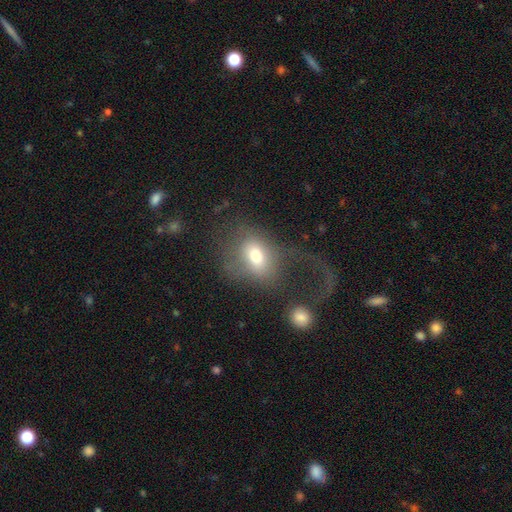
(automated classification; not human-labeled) A smooth galaxy with no disk features (67%) that is in between round and cigar-shaped (63%).

Vote fractions:
- Smooth or featured? smooth: 67% / featured or disk: 21% / star or artifact: 12%
- How rounded? in between: 63% / round: 36% / cigar-shaped: 2%
- Merging? major disturbance: 39% / none: 37% / minor disturbance: 17% / merger: 7%